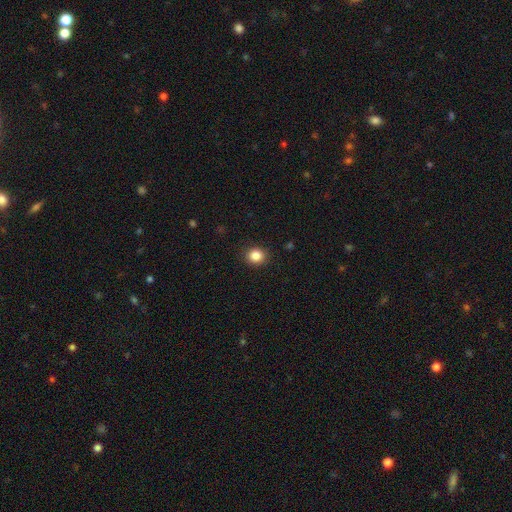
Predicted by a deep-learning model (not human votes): Q: Smooth or featured?
A: smooth (86%); runner-up: star or artifact (10%)
Q: How rounded?
A: round (78%); runner-up: in between (21%)
Q: Merging?
A: none (91%); runner-up: minor disturbance (6%)